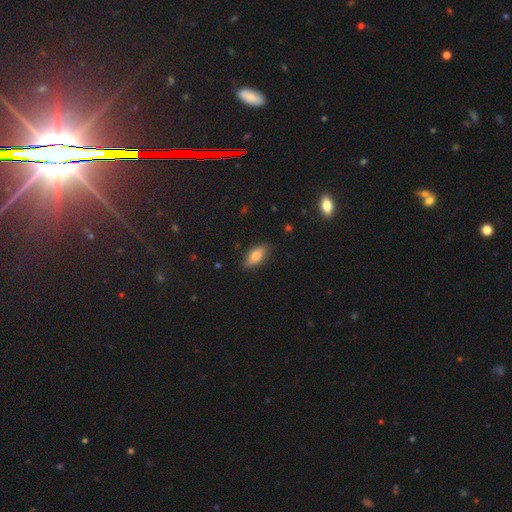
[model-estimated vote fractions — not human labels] A smooth galaxy with no disk features (72%) that is in between round and cigar-shaped (82%).

Vote fractions:
- Smooth or featured? smooth: 72% / featured or disk: 19% / star or artifact: 8%
- How rounded? in between: 82% / cigar-shaped: 15% / round: 3%
- Merging? none: 82% / minor disturbance: 14% / major disturbance: 3% / merger: 1%